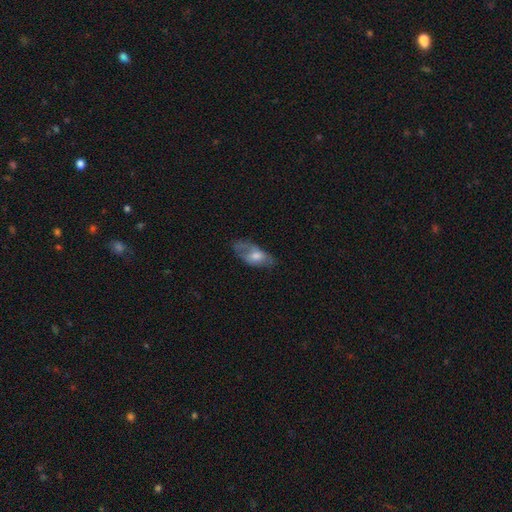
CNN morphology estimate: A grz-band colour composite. It shows a smooth galaxy with no disk features (52%) that is in between round and cigar-shaped (86%). Merging: none (43%).